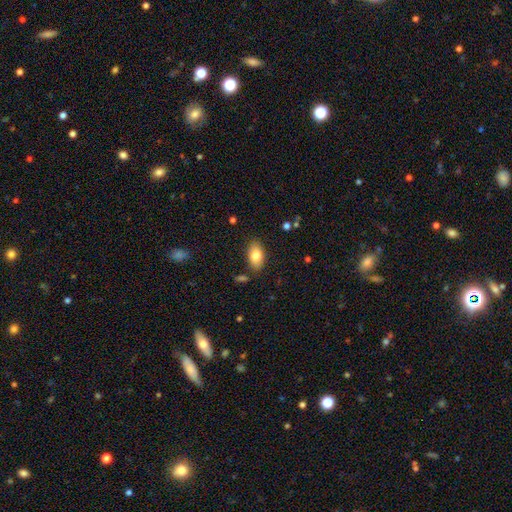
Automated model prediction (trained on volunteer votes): Smooth or featured? smooth (81%)
How rounded? in between (92%)
Merging? none (84%)